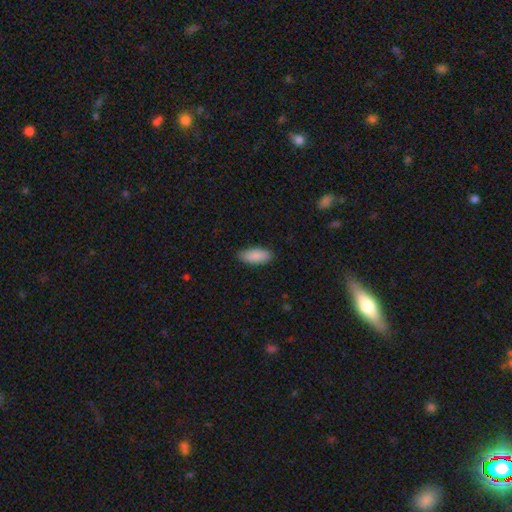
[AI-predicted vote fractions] smooth 89%, star or artifact 6%, featured or disk 5%. Down the decision tree: how rounded — in between (86%); merging — none (86%).